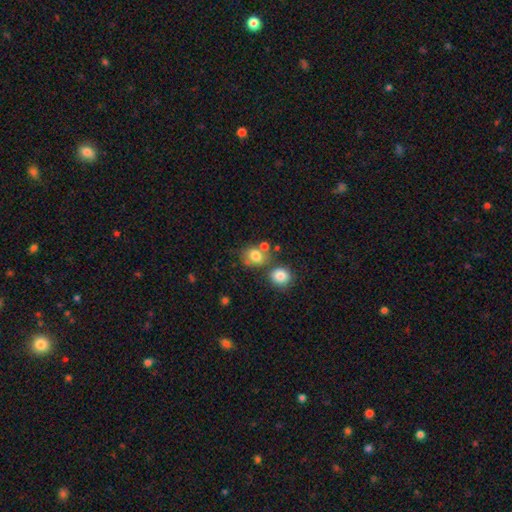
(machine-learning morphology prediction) A smooth galaxy with no disk features (78%) that is round (55%).

Vote fractions:
- Smooth or featured? smooth: 78% / star or artifact: 11% / featured or disk: 11%
- How rounded? round: 55% / in between: 44% / cigar-shaped: 1%
- Merging? none: 52% / merger: 25% / minor disturbance: 16% / major disturbance: 7%